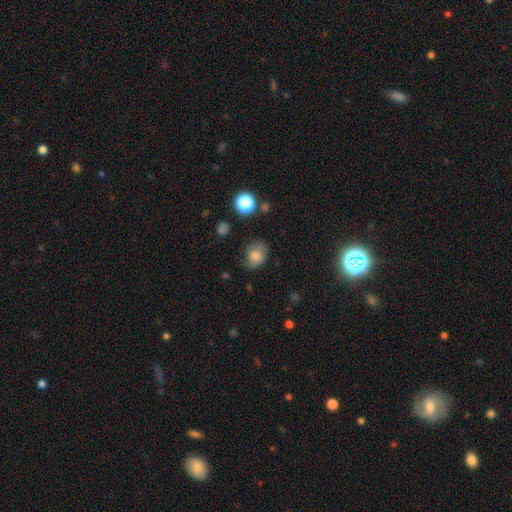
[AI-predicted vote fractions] This appears to be a smooth galaxy with no disk features (78%) that is in between round and cigar-shaped (56%). Merging: none (63%).